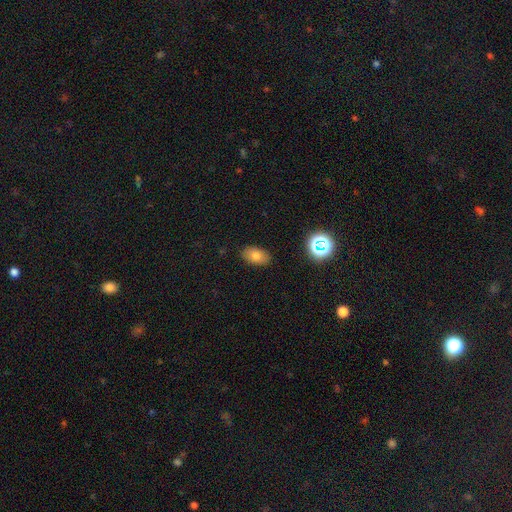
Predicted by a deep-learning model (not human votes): Overall: smooth (76%). How rounded: in between (90%). Merging: none (87%).